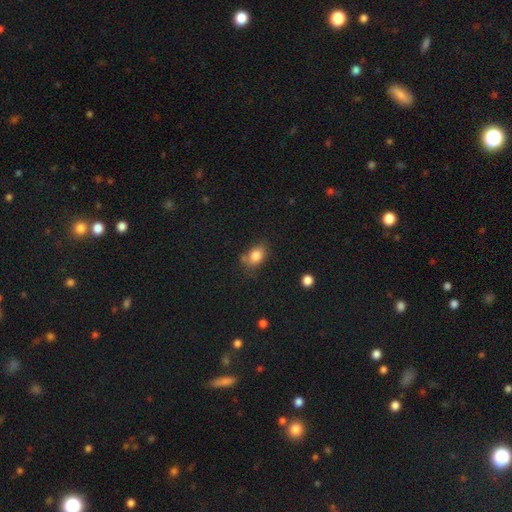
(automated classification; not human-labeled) Overall: smooth (83%). How rounded: in between (76%). Merging: none (62%; minor disturbance 24%).